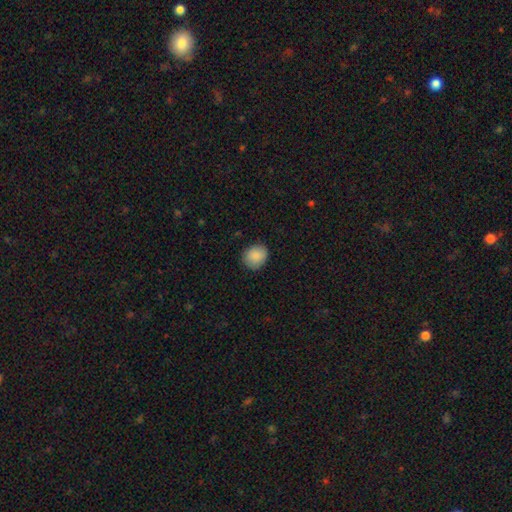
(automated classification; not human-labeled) The model was most divided on "how rounded": round: 76%, in between: 23%, cigar-shaped: 1%. More confident: smooth or featured — smooth (88%); merging — none (84%).